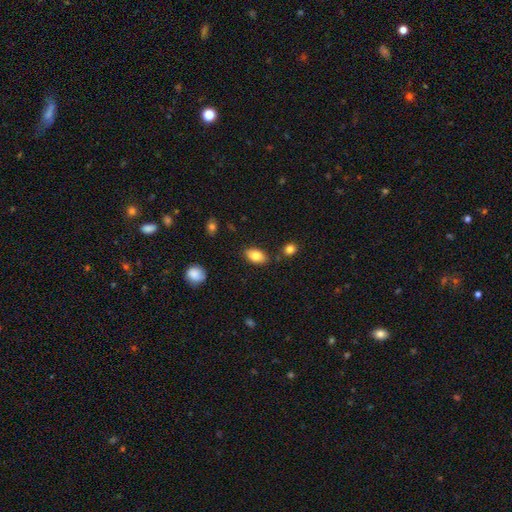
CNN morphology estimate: This appears to be a smooth galaxy with no disk features (81%) that is in between round and cigar-shaped (91%). Merging: none (83%).